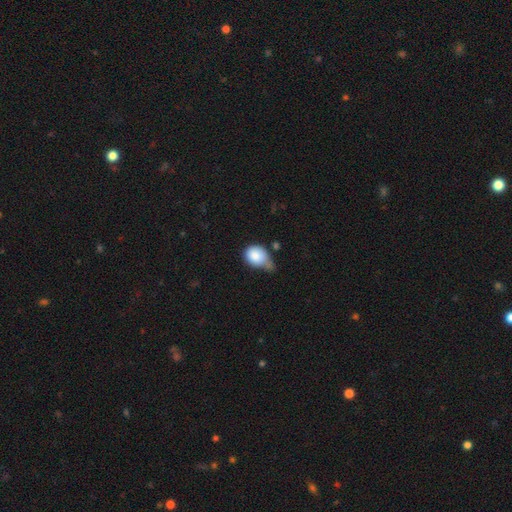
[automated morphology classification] Smooth or featured? Predicted: smooth (p=0.83). How rounded? Predicted: round (p=0.54). Merging? Predicted: minor disturbance (p=0.41).